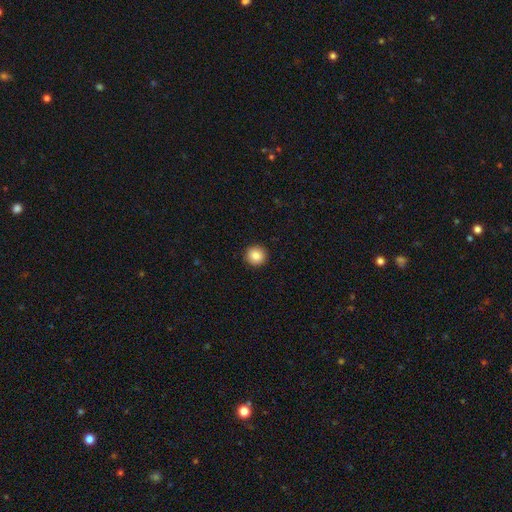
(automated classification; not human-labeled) Overall: smooth (85%). How rounded: round (95%). Merging: none (93%).